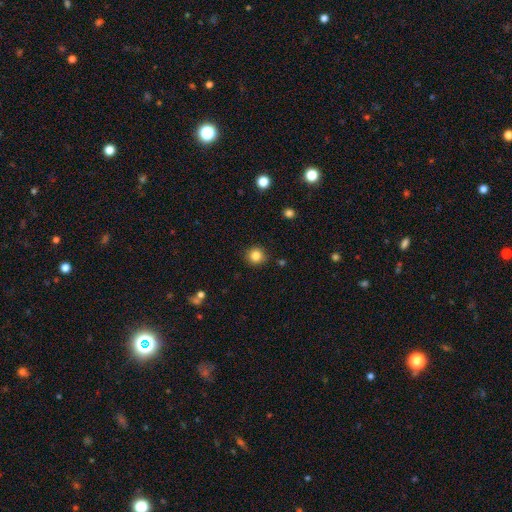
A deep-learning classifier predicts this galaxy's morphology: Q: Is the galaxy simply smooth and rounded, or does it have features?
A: smooth — 84%.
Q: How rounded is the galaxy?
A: round — 92%.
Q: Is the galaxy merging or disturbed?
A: none — 89%.